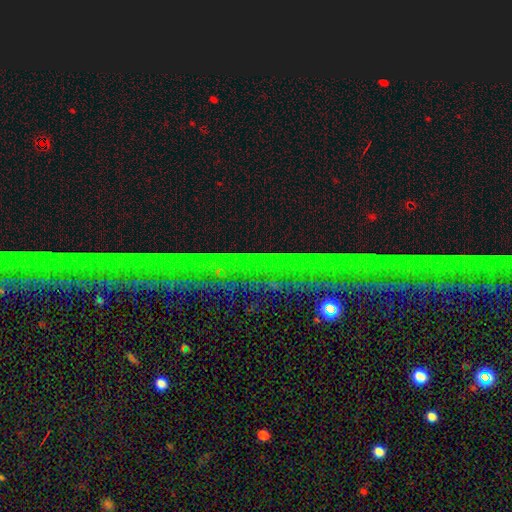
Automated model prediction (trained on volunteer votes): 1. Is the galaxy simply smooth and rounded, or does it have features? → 80% star or artifact, 12% featured or disk, 9% smooth.